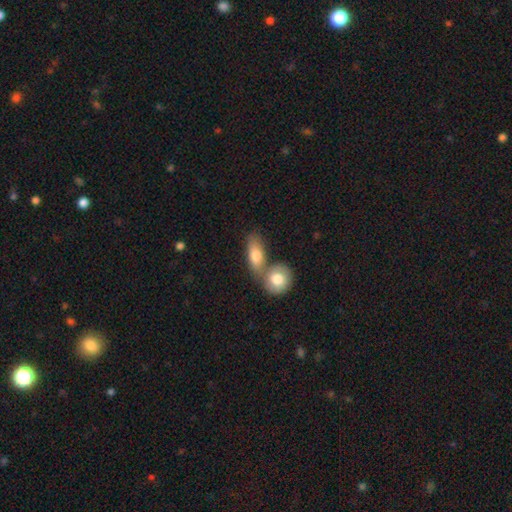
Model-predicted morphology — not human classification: Smooth or featured? smooth (77%)
How rounded? in between (76%)
Merging? merger (51%)